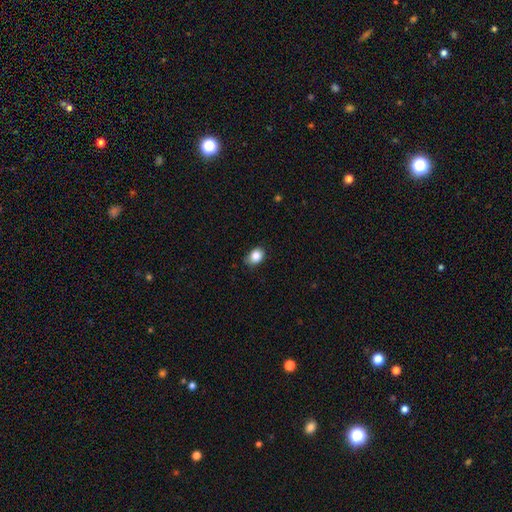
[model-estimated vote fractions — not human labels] Smooth or featured? smooth (84%)
How rounded? in between (68%)
Merging? none (77%)